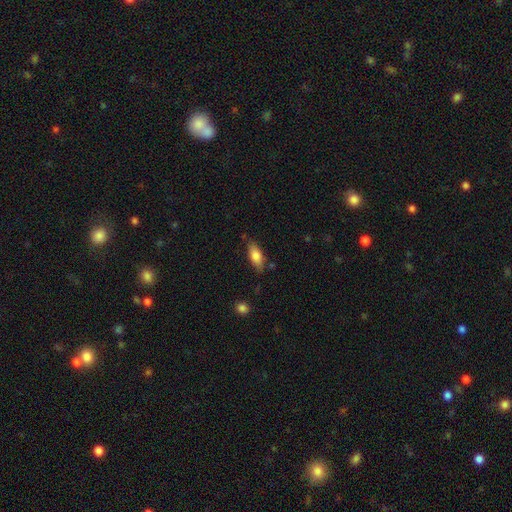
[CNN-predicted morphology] Smooth or featured? smooth (76%)
How rounded? in between (76%)
Merging? none (77%)